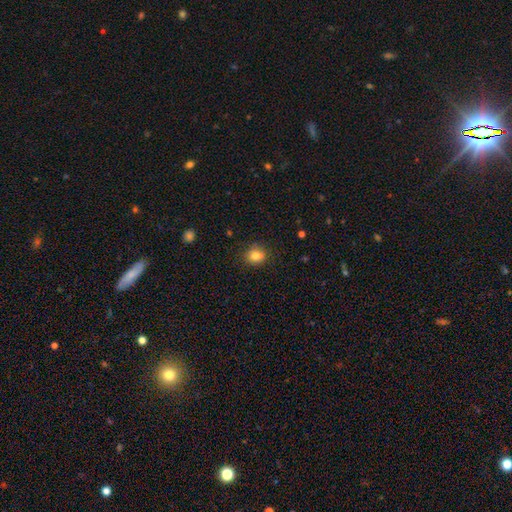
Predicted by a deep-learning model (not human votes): Q: Smooth or featured?
A: smooth (81%); runner-up: star or artifact (12%)
Q: How rounded?
A: round (66%); runner-up: in between (33%)
Q: Merging?
A: none (78%); runner-up: minor disturbance (14%)